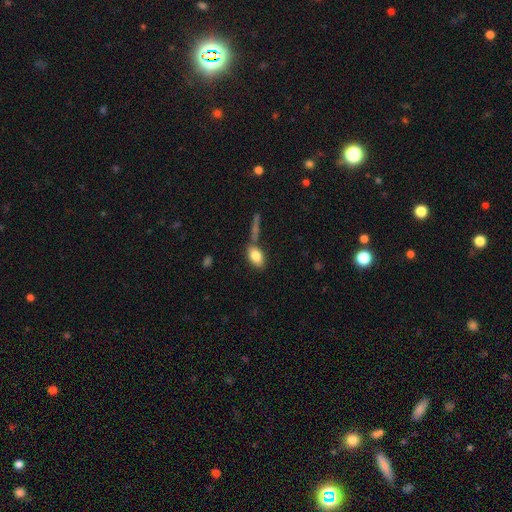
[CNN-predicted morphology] smooth-or-featured: smooth: 82% | featured or disk: 11% | star or artifact: 7%
  how-rounded: in between: 90% | round: 6% | cigar-shaped: 4%
  merging: none: 65% | merger: 18% | minor disturbance: 13% | major disturbance: 4%